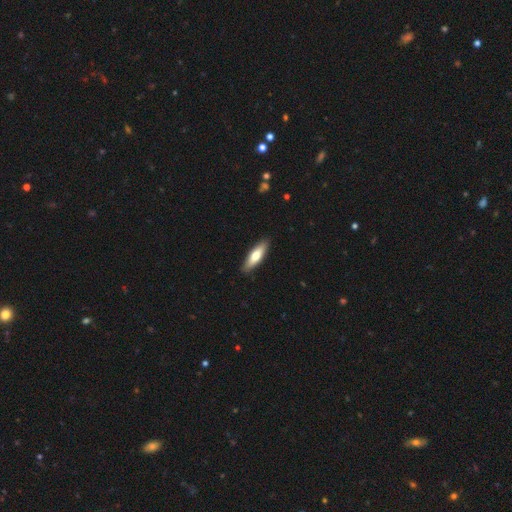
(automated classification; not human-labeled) A smooth galaxy with no disk features (67%) that is cigar-shaped (56%).

Vote fractions:
- Smooth or featured? smooth: 67% / featured or disk: 28% / star or artifact: 5%
- How rounded? cigar-shaped: 56% / in between: 42% / round: 2%
- Merging? none: 90% / minor disturbance: 8% / major disturbance: 2% / merger: 1%